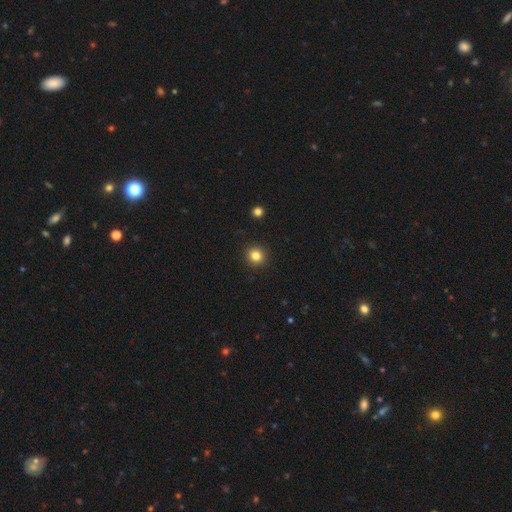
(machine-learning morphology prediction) Smooth or featured: smooth — 82% (star or artifact — 12%)
How rounded: round — 93% (in between — 6%)
Merging: none — 93% (minor disturbance — 5%)